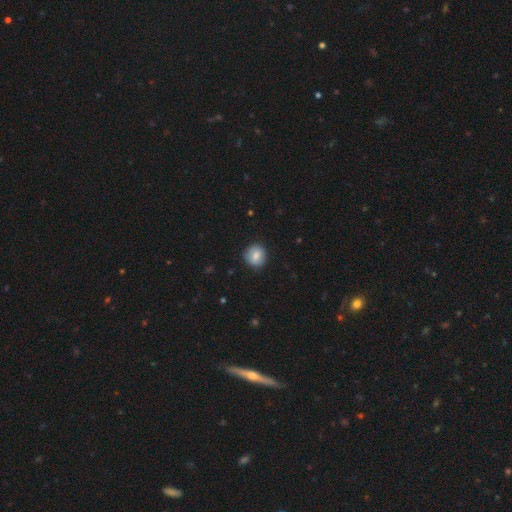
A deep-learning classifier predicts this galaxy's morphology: Smooth or featured?
  - smooth: 82% *
  - featured or disk: 11%
  - star or artifact: 8%
How rounded?
  - round: 87% *
  - in between: 12%
  - cigar-shaped: 1%
Merging?
  - none: 89% *
  - minor disturbance: 8%
  - major disturbance: 2%
  - merger: 1%